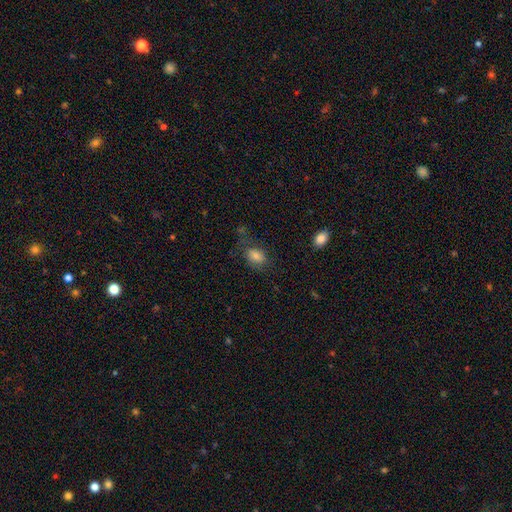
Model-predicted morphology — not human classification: smooth_or_featured: smooth (p=0.73) [alt: featured or disk p=0.14]
how_rounded: in between (p=0.68) [alt: round p=0.30]
merging: none (p=0.62) [alt: minor disturbance p=0.21]